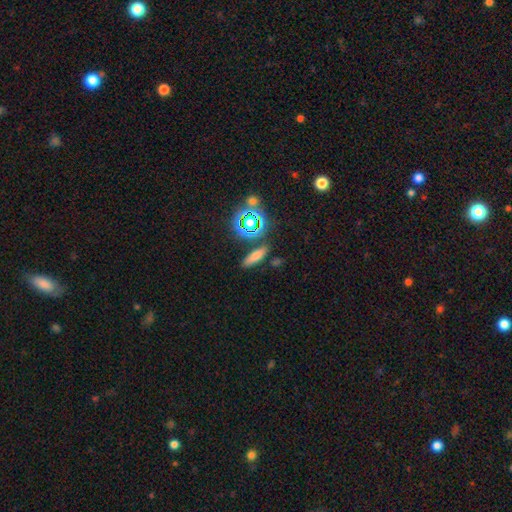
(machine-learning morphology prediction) smooth_or_featured: smooth (p=0.66) [alt: star or artifact p=0.22]
how_rounded: cigar-shaped (p=0.58) [alt: in between p=0.34]
merging: none (p=0.81) [alt: minor disturbance p=0.10]